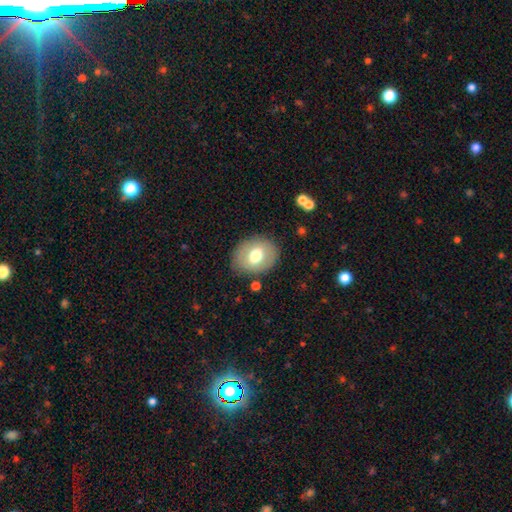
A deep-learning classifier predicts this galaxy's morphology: A smooth galaxy with no disk features (66%) that is in between round and cigar-shaped (52%).

Vote fractions:
- Smooth or featured? smooth: 66% / featured or disk: 26% / star or artifact: 8%
- How rounded? in between: 52% / round: 47% / cigar-shaped: 1%
- Merging? none: 82% / minor disturbance: 12% / major disturbance: 4% / merger: 2%